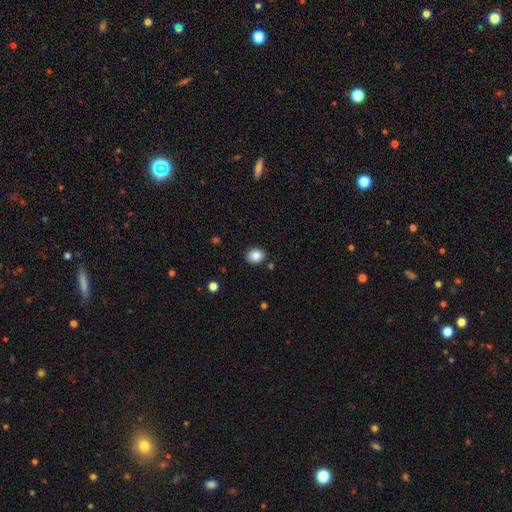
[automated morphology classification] Smooth or featured?
  - smooth: 86% *
  - star or artifact: 9%
  - featured or disk: 5%
How rounded?
  - round: 55% *
  - in between: 44%
  - cigar-shaped: 1%
Merging?
  - none: 87% *
  - minor disturbance: 9%
  - merger: 2%
  - major disturbance: 2%